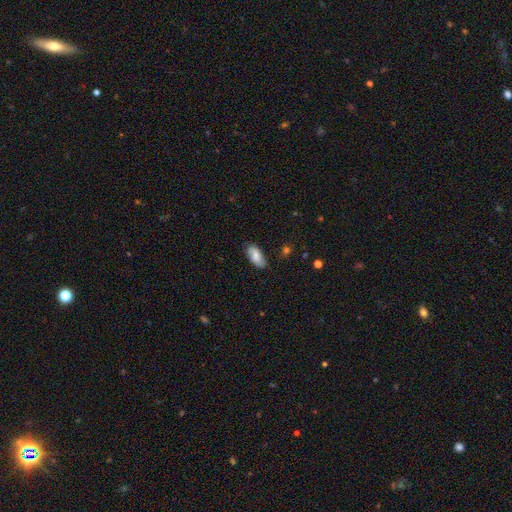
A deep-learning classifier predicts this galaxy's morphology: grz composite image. It shows a smooth galaxy with no disk features (77%) that is in between round and cigar-shaped (92%). Merging: none (78%).